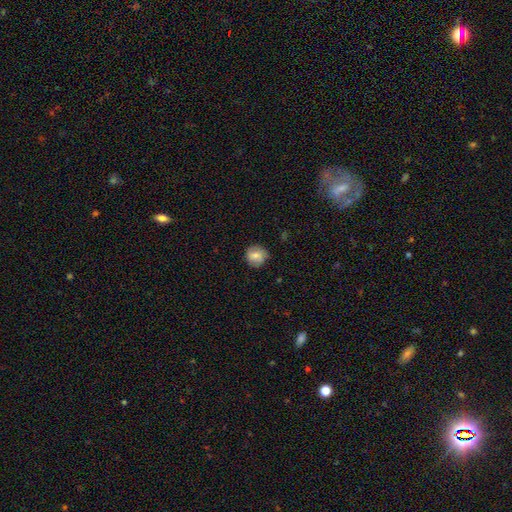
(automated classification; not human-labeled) smooth_or_featured: smooth (p=0.75) [alt: featured or disk p=0.17]
how_rounded: round (p=0.89) [alt: in between p=0.10]
merging: none (p=0.79) [alt: minor disturbance p=0.16]